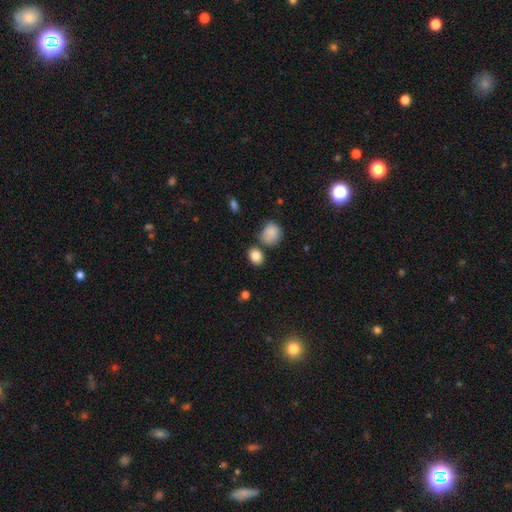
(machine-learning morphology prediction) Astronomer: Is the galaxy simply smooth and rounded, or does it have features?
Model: smooth — 85%.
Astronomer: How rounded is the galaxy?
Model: in between — 62%.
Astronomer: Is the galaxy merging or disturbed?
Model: none — 73%.